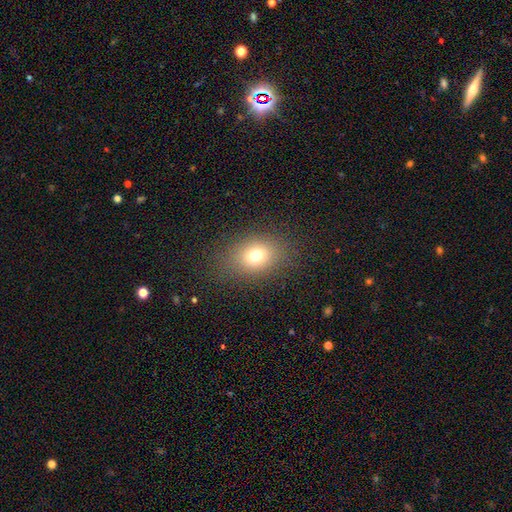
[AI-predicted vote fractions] This appears to be a smooth galaxy with no disk features (73%) that is in between round and cigar-shaped (57%). Merging: none (84%).